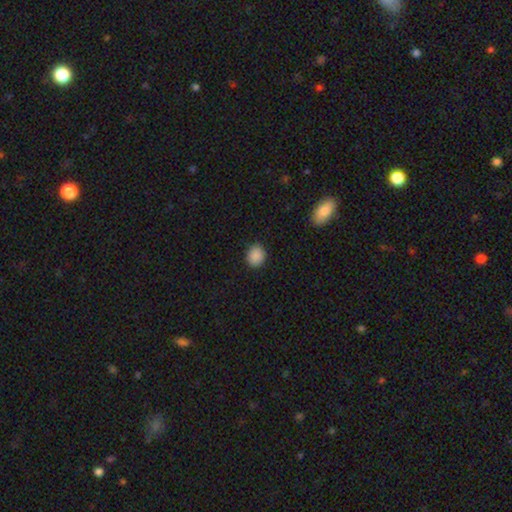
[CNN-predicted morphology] smooth-or-featured: smooth: 88% | star or artifact: 9% | featured or disk: 3%
  how-rounded: round: 69% | in between: 30% | cigar-shaped: 1%
  merging: none: 88% | minor disturbance: 8% | major disturbance: 2% | merger: 1%